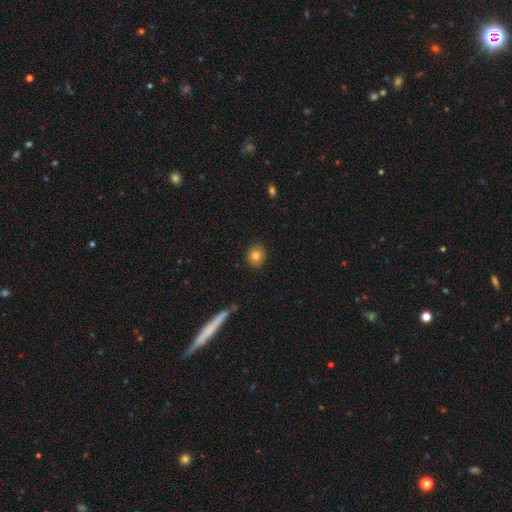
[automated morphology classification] This is clearly a smooth galaxy (80%). How rounded: clearly round (84%). Merging: clearly none (88%).